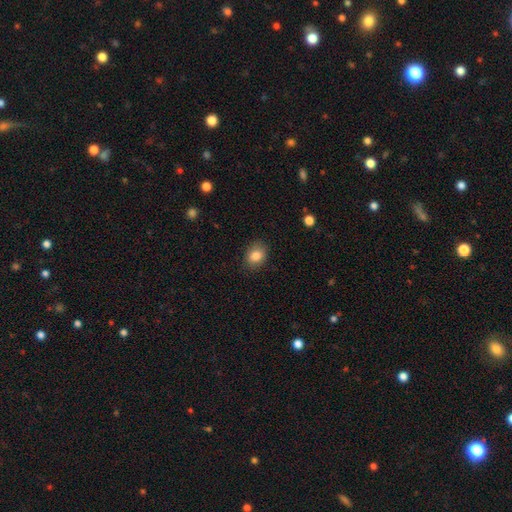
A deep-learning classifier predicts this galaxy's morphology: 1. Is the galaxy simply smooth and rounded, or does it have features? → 84% smooth, 9% star or artifact, 7% featured or disk.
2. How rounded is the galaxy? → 55% in between, 44% round, 1% cigar-shaped.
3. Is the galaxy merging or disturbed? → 84% none, 12% minor disturbance, 3% major disturbance, 1% merger.